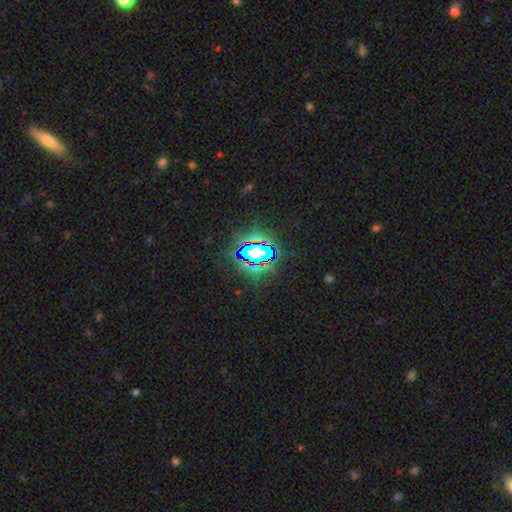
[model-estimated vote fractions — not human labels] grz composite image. It shows a star or artifact, not a galaxy (83%).